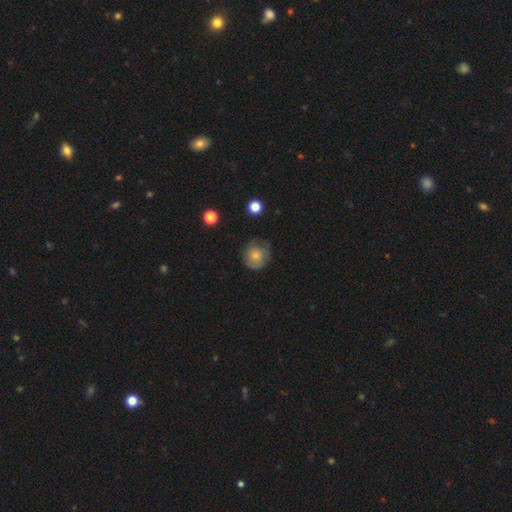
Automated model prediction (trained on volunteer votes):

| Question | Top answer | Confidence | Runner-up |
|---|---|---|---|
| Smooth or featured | smooth | 70% | featured or disk (21%) |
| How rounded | round | 84% | in between (15%) |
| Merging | none | 61% | minor disturbance (28%) |